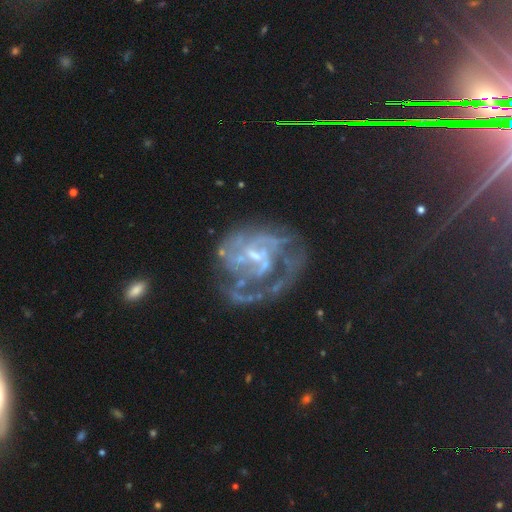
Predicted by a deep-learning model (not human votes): Smooth or featured?
  - featured or disk: 83% *
  - star or artifact: 9%
  - smooth: 8%
Edge-on disk?
  - no: 98% *
  - yes: 2%
Bar?
  - weak: 46% *
  - no: 43%
  - strong: 12%
Spiral arms?
  - yes: 82% *
  - no: 18%
Spiral winding?
  - medium: 41% *
  - tight: 39%
  - loose: 21%
Spiral arm count?
  - can't tell: 35% *
  - 2: 25%
  - 1: 16%
  - 3: 13%
  - 4: 6%
  - more than 4: 5%
Bulge size?
  - small: 55% *
  - moderate: 22%
  - none: 20%
  - large: 2%
  - dominant: 1%
Merging?
  - none: 43% *
  - major disturbance: 34%
  - minor disturbance: 19%
  - merger: 5%